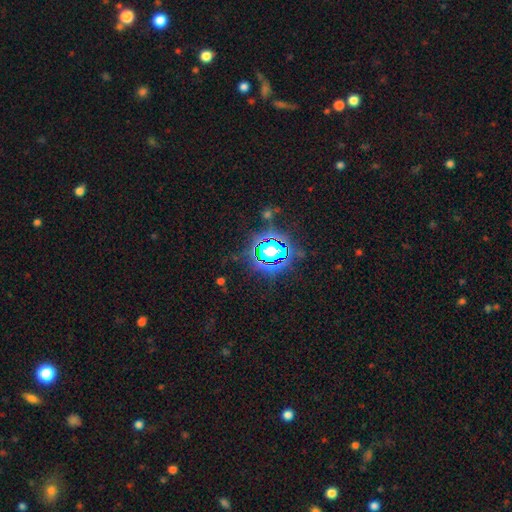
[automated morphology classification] A star or artifact, not a galaxy (80%).